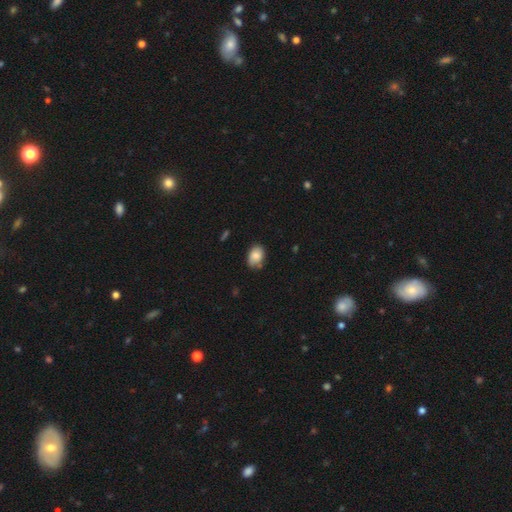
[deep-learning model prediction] smooth_or_featured: smooth (p=0.82) [alt: featured or disk p=0.10]
how_rounded: in between (p=0.78) [alt: round p=0.21]
merging: none (p=0.67) [alt: minor disturbance p=0.26]